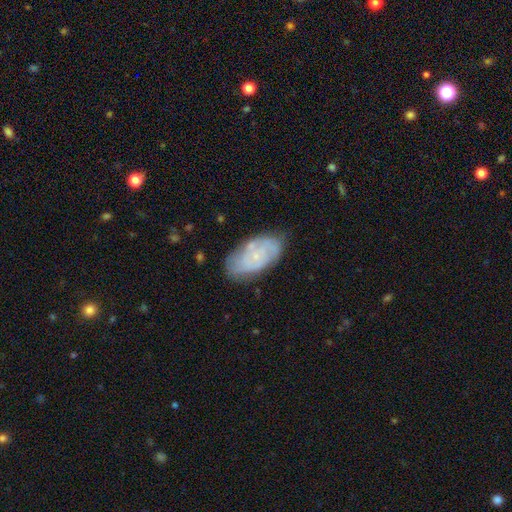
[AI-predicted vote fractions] Smooth or featured: featured or disk — 63% (smooth — 30%)
Edge-on disk: no — 95% (yes — 5%)
Bar: no — 79% (weak — 18%)
Spiral arms: yes — 76% (no — 24%)
Bulge size: small — 76% (moderate — 14%)
Merging: none — 71% (minor disturbance — 21%)